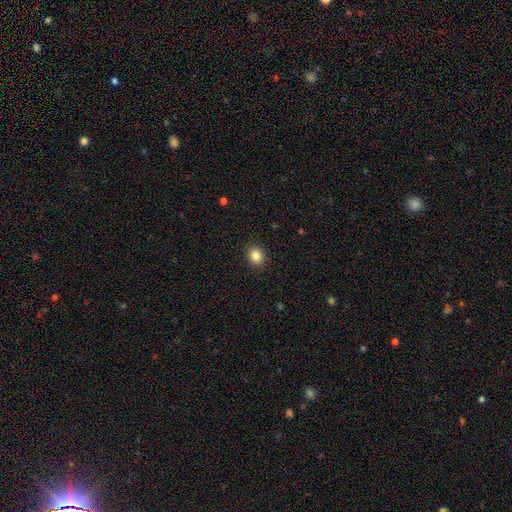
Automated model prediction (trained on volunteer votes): Overall: smooth (85%). How rounded: round (68%; in between 31%). Merging: none (90%).